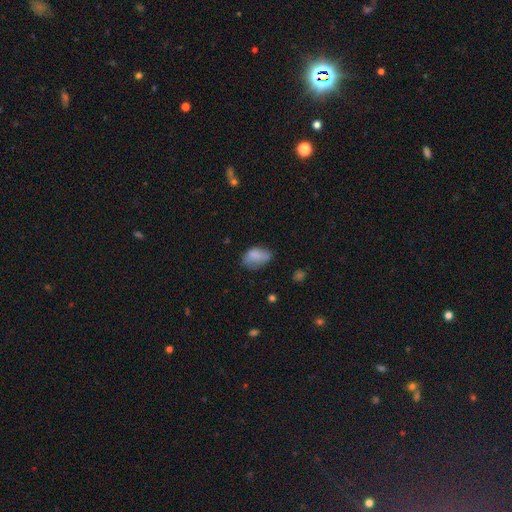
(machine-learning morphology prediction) Overall: smooth (75%). How rounded: in between (89%). Merging: none (47%; minor disturbance 33%).